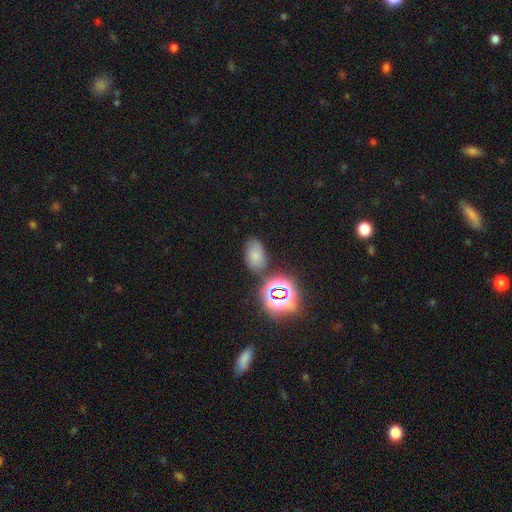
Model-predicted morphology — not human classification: Smooth or featured?
  - smooth: 61% *
  - star or artifact: 27%
  - featured or disk: 12%
How rounded?
  - in between: 86% *
  - round: 12%
  - cigar-shaped: 2%
Merging?
  - none: 67% *
  - minor disturbance: 17%
  - merger: 10%
  - major disturbance: 5%